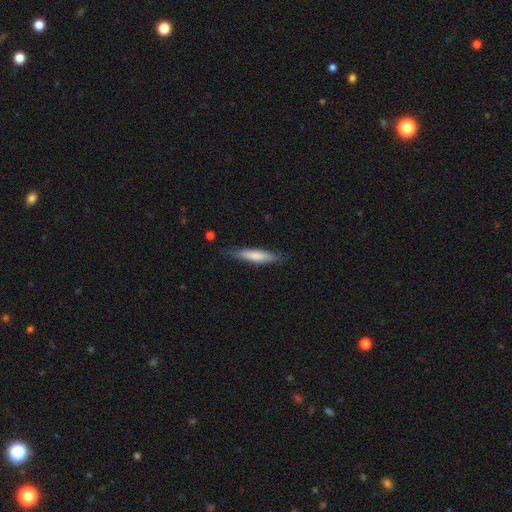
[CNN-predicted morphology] A smooth galaxy with no disk features (74%) that is cigar-shaped (84%). Merging: none (81%).